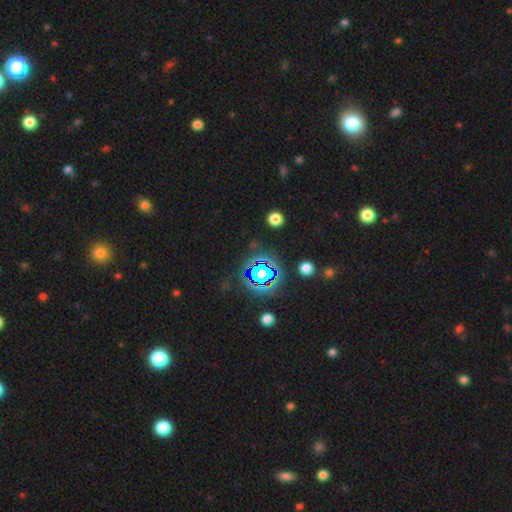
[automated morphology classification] Q: Smooth or featured?
A: star or artifact (78%); runner-up: smooth (14%)